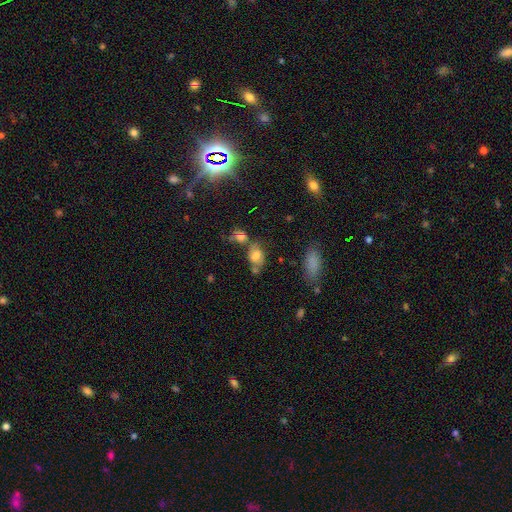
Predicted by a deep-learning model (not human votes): Smooth or featured? Predicted: smooth (p=0.67). How rounded? Predicted: in between (p=0.76). Merging? Predicted: none (p=0.43).